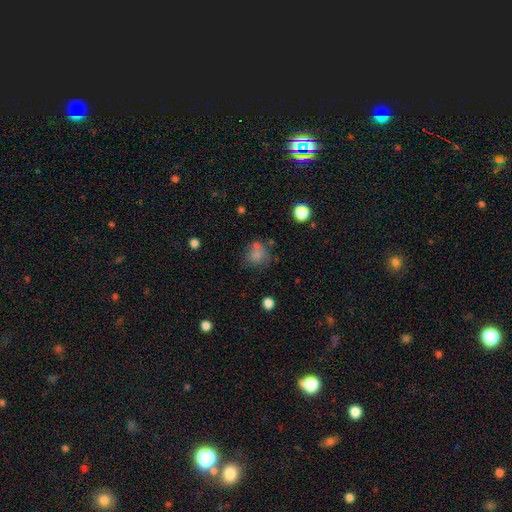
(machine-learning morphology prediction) Smooth or featured? smooth (71%)
How rounded? round (82%)
Merging? none (61%)